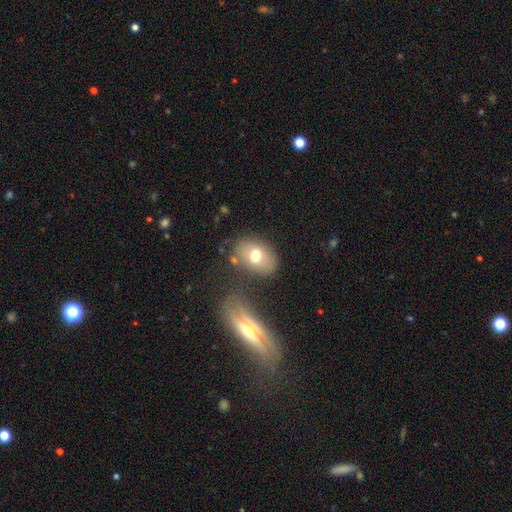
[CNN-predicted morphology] This appears to be a smooth galaxy with no disk features (68%) that is in between round and cigar-shaped (75%). Merging: none (67%).